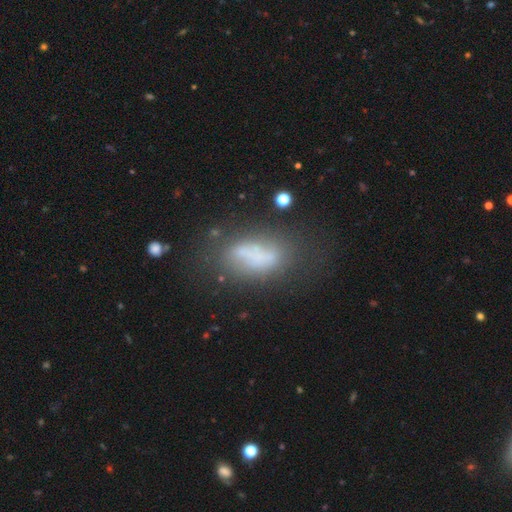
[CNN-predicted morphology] Overall: smooth (51%; featured or disk 35%). How rounded: in between (81%). Merging: none (44%; minor disturbance 23%).